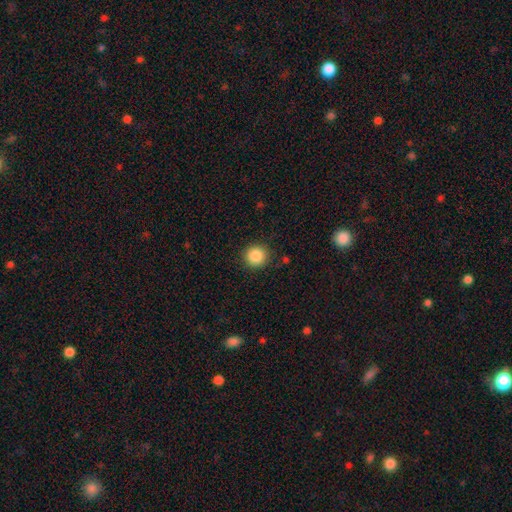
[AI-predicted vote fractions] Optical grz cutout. It shows a smooth galaxy with no disk features (87%) that is round (94%). Merging: none (90%).